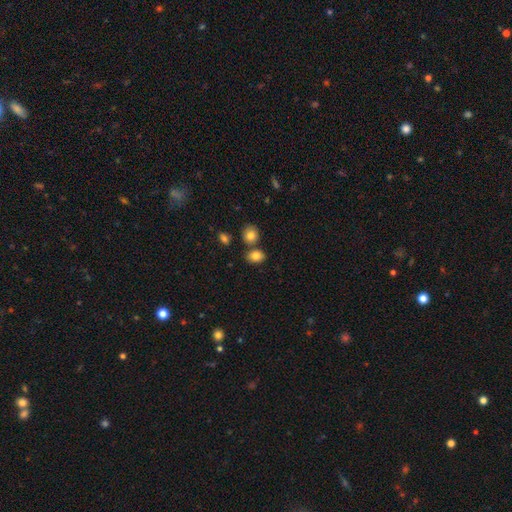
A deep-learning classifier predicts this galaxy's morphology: A smooth galaxy with no disk features (83%) that is in between round and cigar-shaped (67%).

Vote fractions:
- Smooth or featured? smooth: 83% / star or artifact: 9% / featured or disk: 8%
- How rounded? in between: 67% / round: 32% / cigar-shaped: 1%
- Merging? none: 68% / merger: 17% / minor disturbance: 11% / major disturbance: 3%